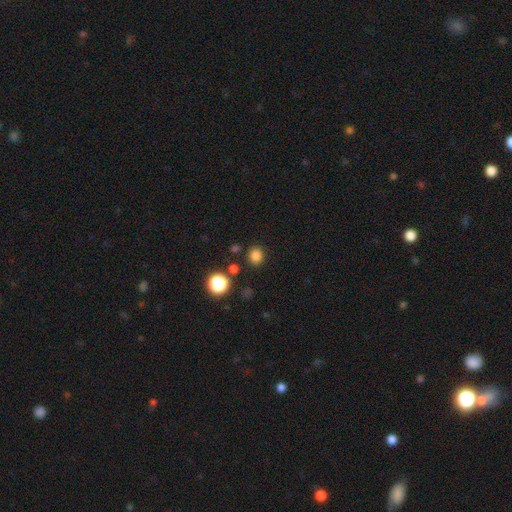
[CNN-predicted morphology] type=smooth (81%); roundness=round (77%); merging=none (86%).